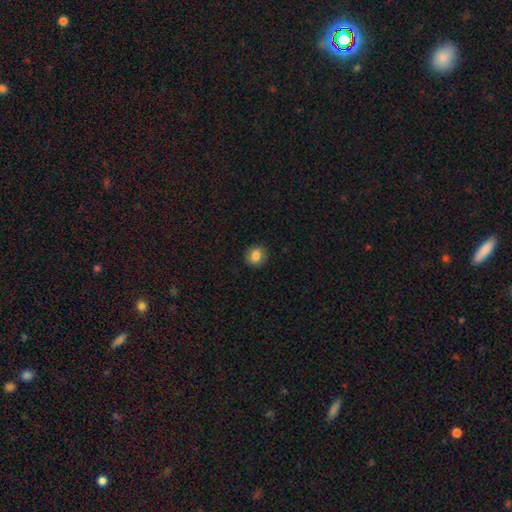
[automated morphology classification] Smooth or featured?
  - smooth: 84% *
  - star or artifact: 9%
  - featured or disk: 7%
How rounded?
  - round: 77% *
  - in between: 22%
  - cigar-shaped: 1%
Merging?
  - none: 90% *
  - minor disturbance: 7%
  - major disturbance: 2%
  - merger: 1%